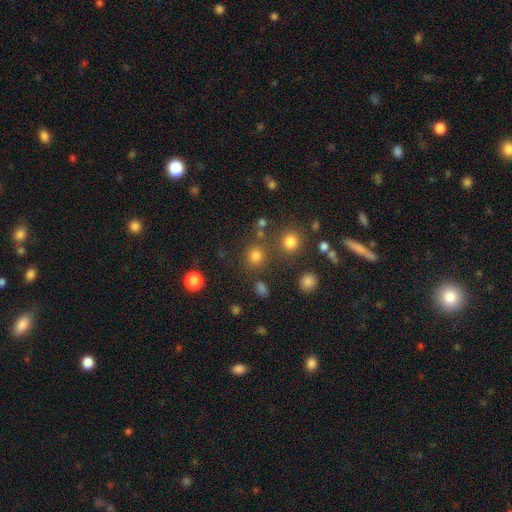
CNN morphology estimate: The model was most divided on "smooth or featured": smooth: 74%, star or artifact: 20%, featured or disk: 6%. More confident: how rounded — round (89%); merging — none (78%).